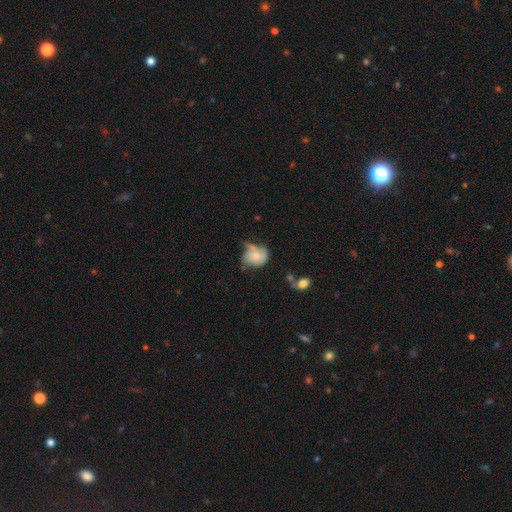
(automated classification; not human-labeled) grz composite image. It shows a smooth galaxy with no disk features (55%) that is round (55%). Merging: none (33%, tied with minor disturbance).